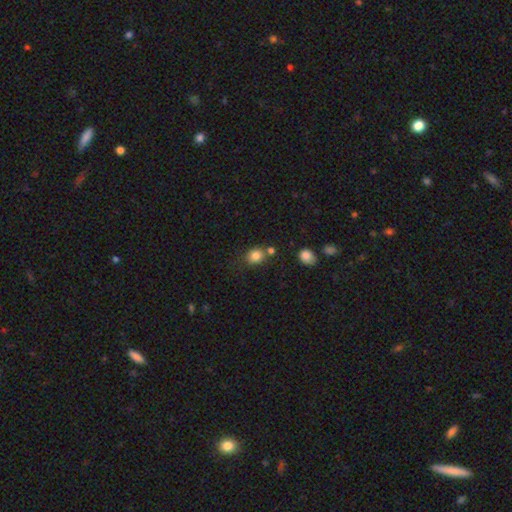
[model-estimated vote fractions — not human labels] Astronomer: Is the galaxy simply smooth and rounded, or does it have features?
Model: smooth — 82%.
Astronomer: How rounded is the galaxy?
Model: round — 66%.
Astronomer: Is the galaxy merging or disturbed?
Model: none — 65%.